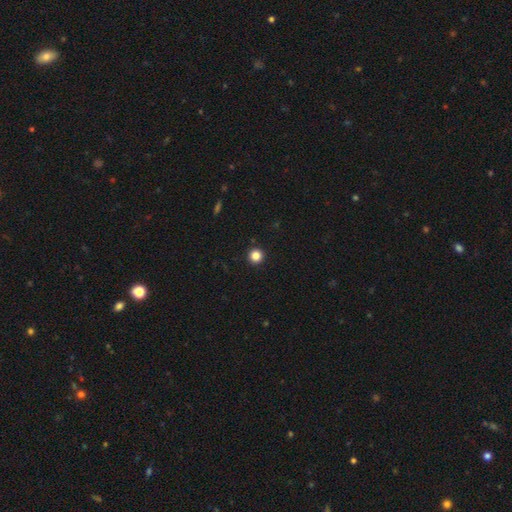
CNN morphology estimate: A smooth galaxy with no disk features (84%) that is round (96%). Merging: none (94%).